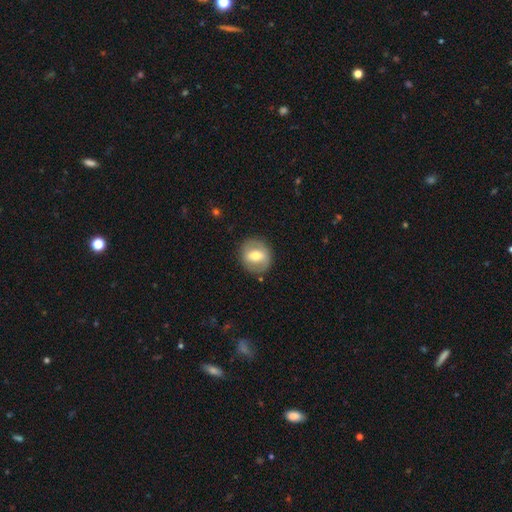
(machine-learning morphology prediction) smooth-or-featured: smooth: 48% | featured or disk: 45% | star or artifact: 7%
  merging: none: 83% | minor disturbance: 11% | major disturbance: 4% | merger: 2%